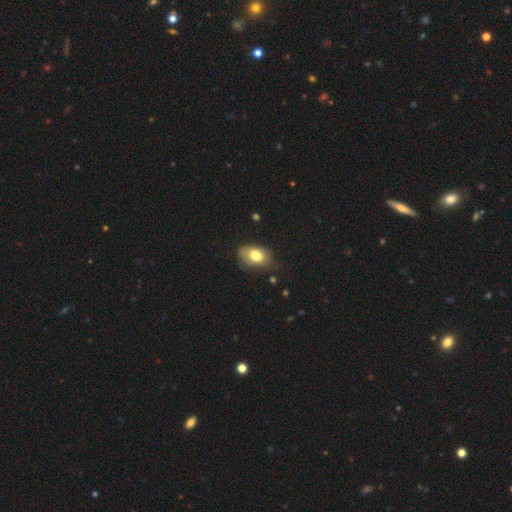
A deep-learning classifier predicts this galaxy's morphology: Smooth or featured?
  - smooth: 75% *
  - featured or disk: 17%
  - star or artifact: 8%
How rounded?
  - in between: 85% *
  - round: 13%
  - cigar-shaped: 2%
Merging?
  - none: 60% *
  - minor disturbance: 30%
  - major disturbance: 8%
  - merger: 2%